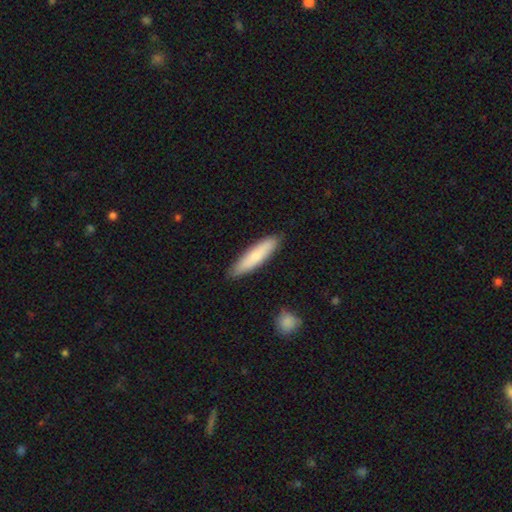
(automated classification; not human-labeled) A smooth galaxy with no disk features (78%) that is cigar-shaped (81%). Merging: none (88%).